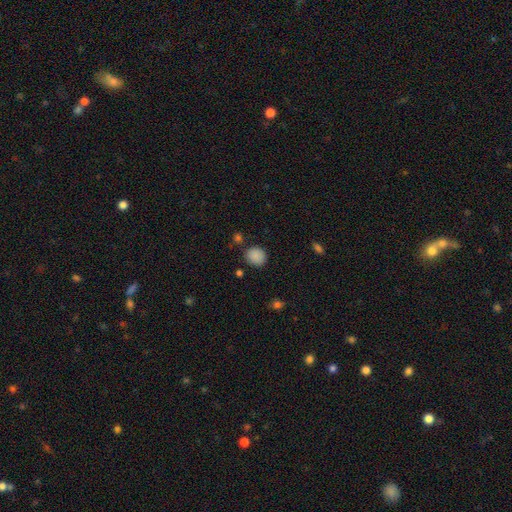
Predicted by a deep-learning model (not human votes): smooth-or-featured: smooth: 87% | star or artifact: 10% | featured or disk: 3%
  how-rounded: round: 73% | in between: 26% | cigar-shaped: 1%
  merging: none: 82% | minor disturbance: 12% | major disturbance: 3% | merger: 3%